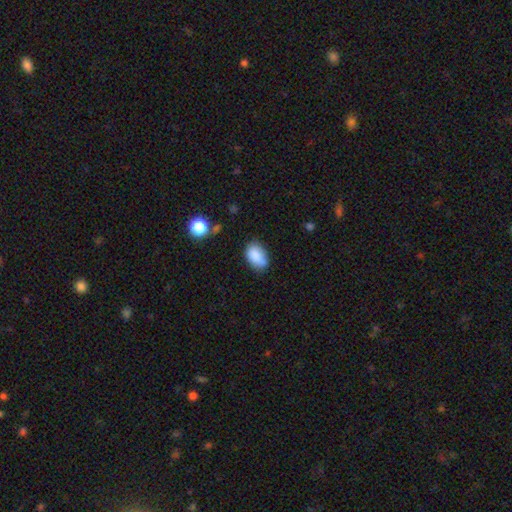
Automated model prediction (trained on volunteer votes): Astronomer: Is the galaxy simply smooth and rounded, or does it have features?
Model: smooth — 85%.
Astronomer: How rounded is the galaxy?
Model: in between — 86%.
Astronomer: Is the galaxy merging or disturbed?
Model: none — 63%.